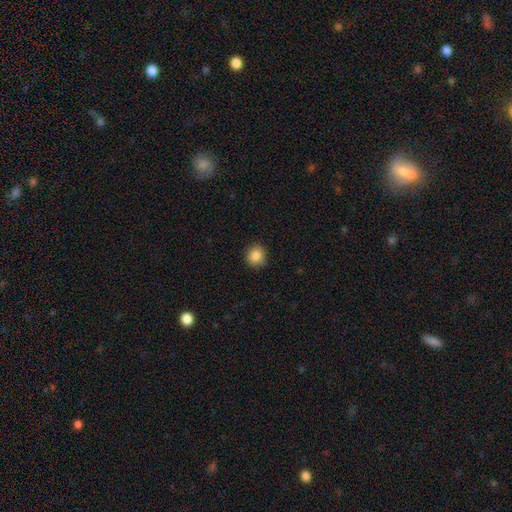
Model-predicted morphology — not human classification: Smooth or featured? Predicted: smooth (p=0.86). How rounded? Predicted: round (p=0.87). Merging? Predicted: none (p=0.86).